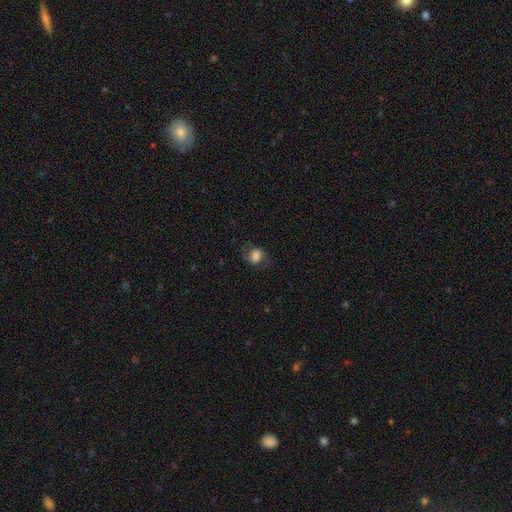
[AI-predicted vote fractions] A smooth galaxy with no disk features (53%) that is in between round and cigar-shaped (61%).

Vote fractions:
- Smooth or featured? smooth: 53% / featured or disk: 36% / star or artifact: 11%
- How rounded? in between: 61% / round: 37% / cigar-shaped: 2%
- Merging? none: 64% / minor disturbance: 21% / major disturbance: 14% / merger: 1%